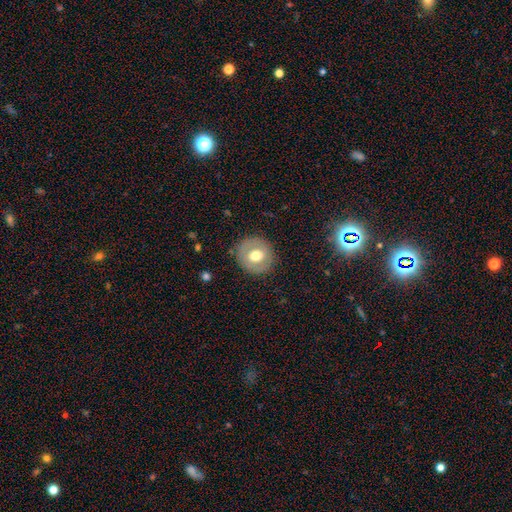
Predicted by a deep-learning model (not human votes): smooth_or_featured: smooth (p=0.60) [alt: featured or disk p=0.32]
how_rounded: round (p=0.89) [alt: in between p=0.10]
merging: none (p=0.87) [alt: minor disturbance p=0.09]